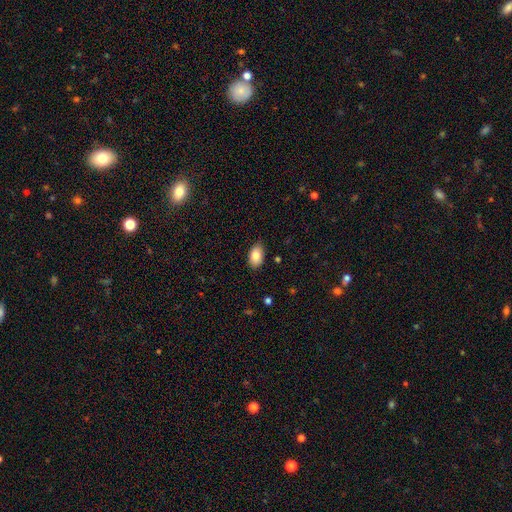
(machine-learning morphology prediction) smooth-or-featured: smooth: 84% | featured or disk: 9% | star or artifact: 7%
  how-rounded: in between: 91% | round: 7% | cigar-shaped: 1%
  merging: none: 85% | minor disturbance: 12% | major disturbance: 2% | merger: 1%